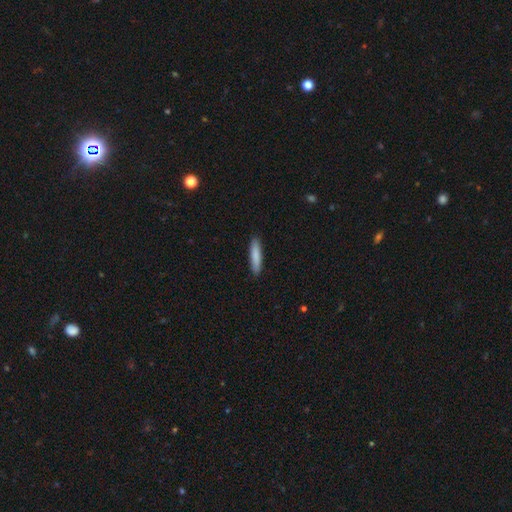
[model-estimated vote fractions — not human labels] A smooth galaxy with no disk features (85%) that is cigar-shaped (84%).

Vote fractions:
- Smooth or featured? smooth: 85% / featured or disk: 10% / star or artifact: 5%
- How rounded? cigar-shaped: 84% / in between: 14% / round: 1%
- Merging? none: 90% / minor disturbance: 7% / major disturbance: 1% / merger: 1%